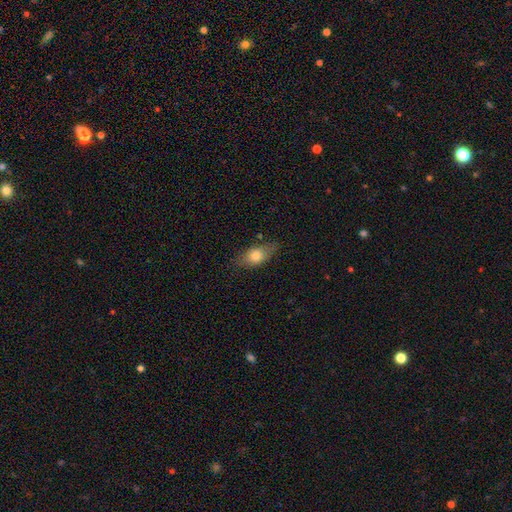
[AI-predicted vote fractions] smooth_or_featured: smooth (p=0.73) [alt: featured or disk p=0.19]
how_rounded: in between (p=0.79) [alt: cigar-shaped p=0.11]
merging: none (p=0.74) [alt: minor disturbance p=0.19]